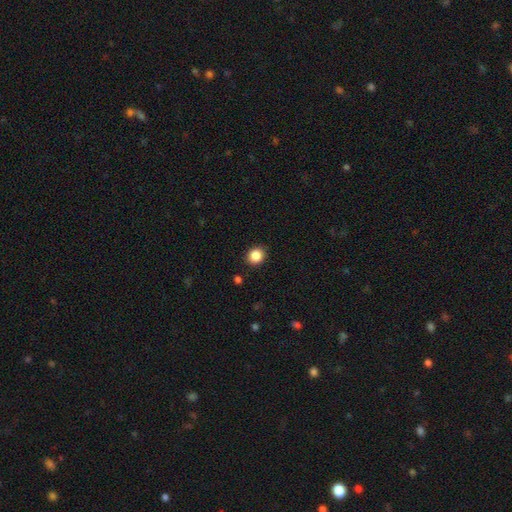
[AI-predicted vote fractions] Morphology: type=smooth (86%); roundness=round (79%); merging=none (90%).